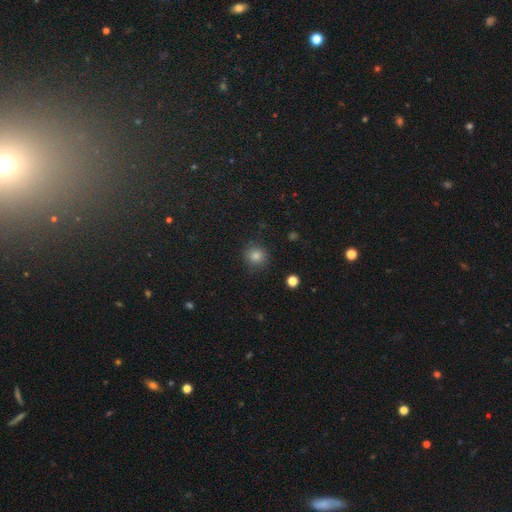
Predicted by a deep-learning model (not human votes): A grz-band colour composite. It shows a smooth galaxy with no disk features (81%) that is round (91%). Merging: none (88%).